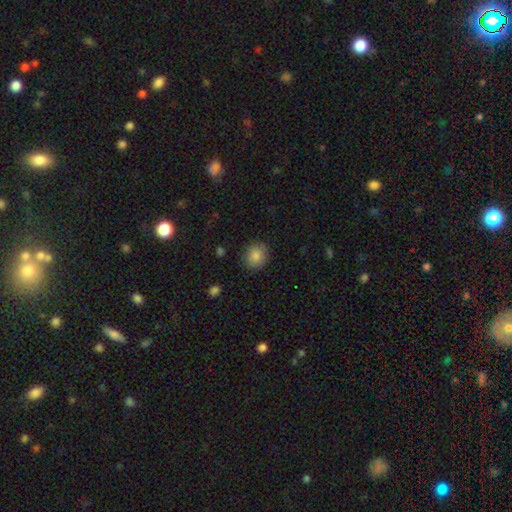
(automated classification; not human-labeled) A smooth galaxy with no disk features (85%) that is round (77%). Merging: none (88%).